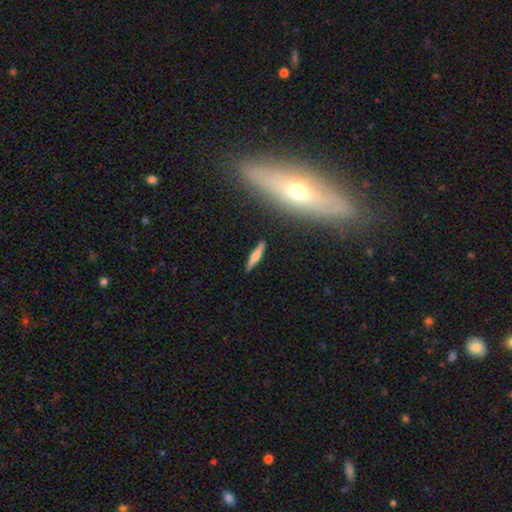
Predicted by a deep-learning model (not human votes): The model was most divided on "smooth or featured": smooth: 56%, featured or disk: 36%, star or artifact: 8%. More confident: merging — none (88%); how rounded — cigar-shaped (84%).